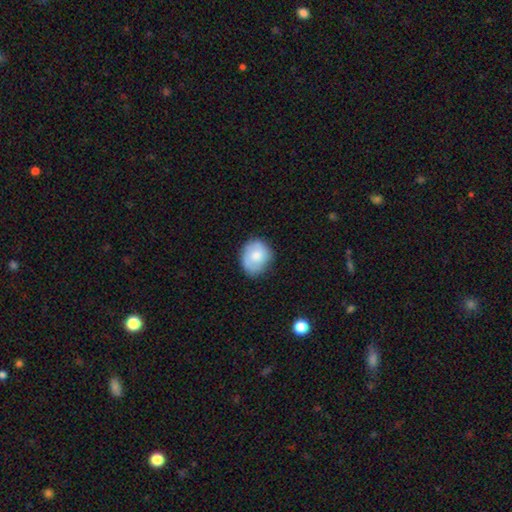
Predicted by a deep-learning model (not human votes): This is likely a smooth galaxy (76%). How rounded: likely round (63%). Merging: likely none (71%).